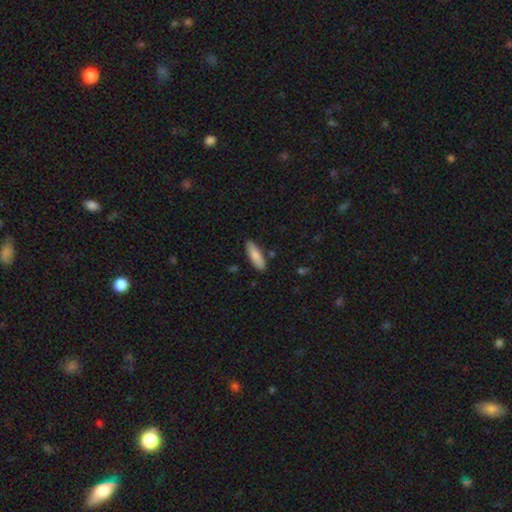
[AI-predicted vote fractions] Smooth or featured? smooth (84%)
How rounded? cigar-shaped (53%)
Merging? none (86%)